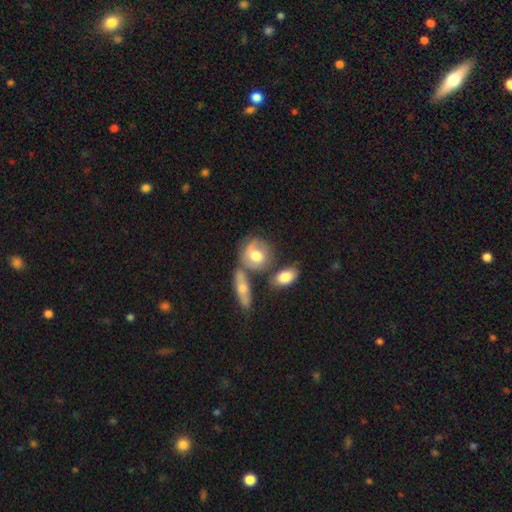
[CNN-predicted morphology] type=smooth (58%); roundness=round (63%); merging=none (50%).